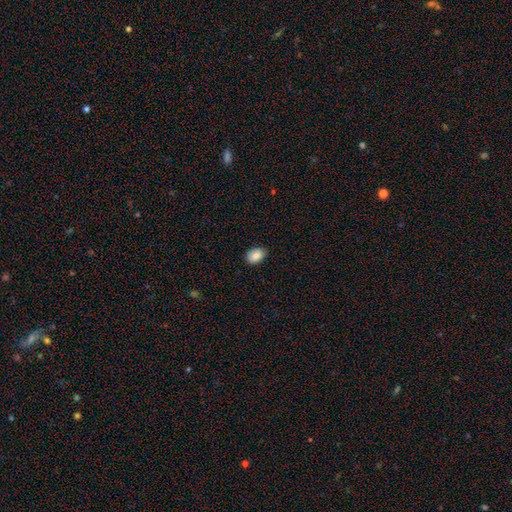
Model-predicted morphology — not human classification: A smooth galaxy with no disk features (86%) that is in between round and cigar-shaped (83%). Merging: none (84%).